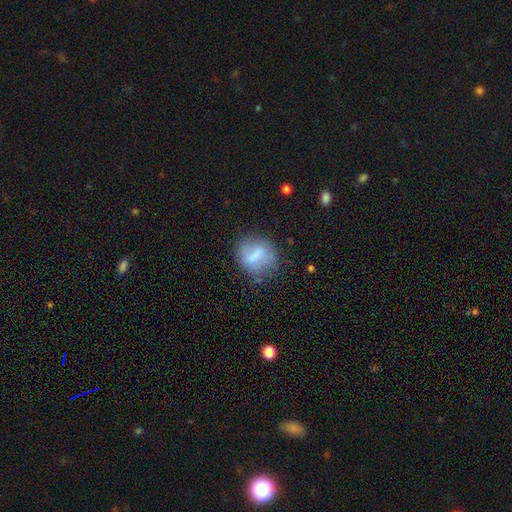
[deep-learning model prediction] Smooth or featured? smooth (57%)
How rounded? round (69%)
Merging? none (65%)